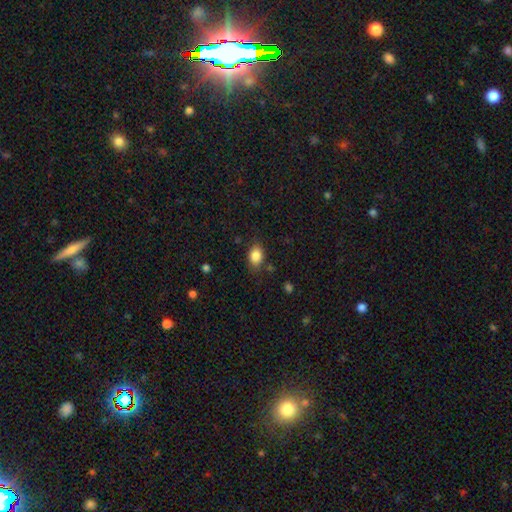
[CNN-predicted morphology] A smooth galaxy with no disk features (85%) that is in between round and cigar-shaped (74%). Merging: none (80%).